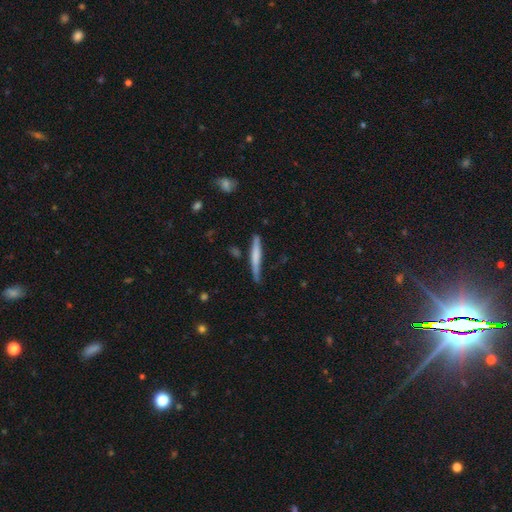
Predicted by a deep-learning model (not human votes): Q: Smooth or featured?
A: smooth (60%); runner-up: featured or disk (34%)
Q: How rounded?
A: cigar-shaped (95%); runner-up: in between (3%)
Q: Merging?
A: none (76%); runner-up: minor disturbance (18%)